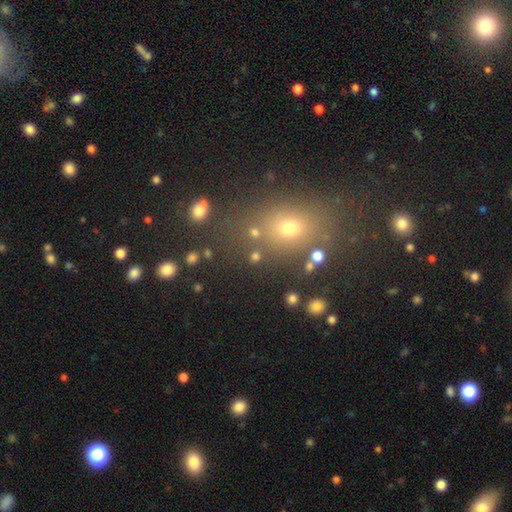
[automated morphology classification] The model was most divided on "how rounded": round: 54%, in between: 43%, cigar-shaped: 3%. More confident: merging — none (71%); smooth or featured — smooth (62%).